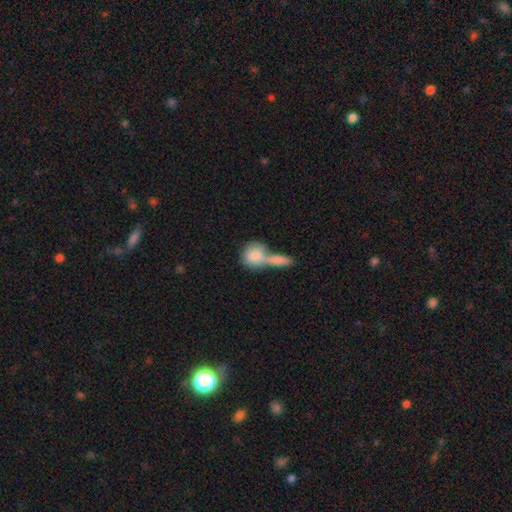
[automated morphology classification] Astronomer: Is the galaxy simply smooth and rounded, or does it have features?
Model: smooth — 80%.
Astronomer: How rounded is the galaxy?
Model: round — 62%.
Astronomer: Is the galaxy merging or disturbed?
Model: merger — 61%.